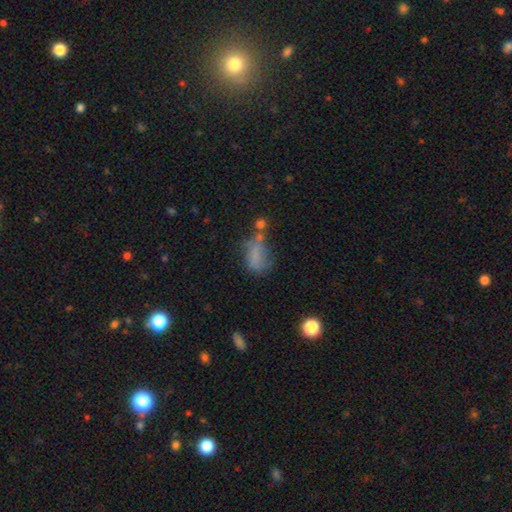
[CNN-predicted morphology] type=smooth (63%); roundness=in between (77%); merging=none (36%).